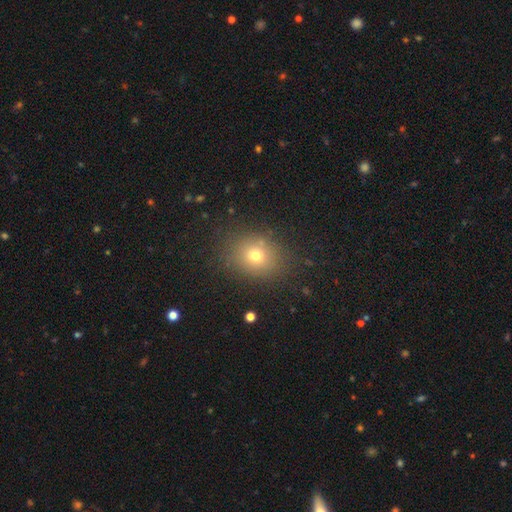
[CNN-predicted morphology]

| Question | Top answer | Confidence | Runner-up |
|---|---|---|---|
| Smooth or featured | smooth | 70% | star or artifact (18%) |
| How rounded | round | 59% | in between (40%) |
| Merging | none | 83% | minor disturbance (11%) |